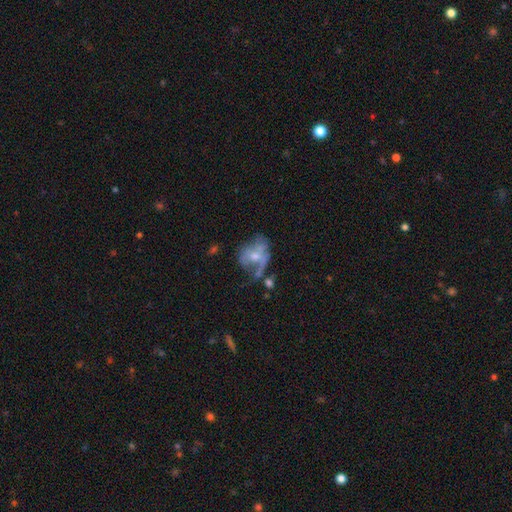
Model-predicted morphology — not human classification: This appears to be a featured or disk galaxy (56%) with no bar (72%), no spiral arms (59%) and a moderate central bulge (52%). Merging: major disturbance (37%).